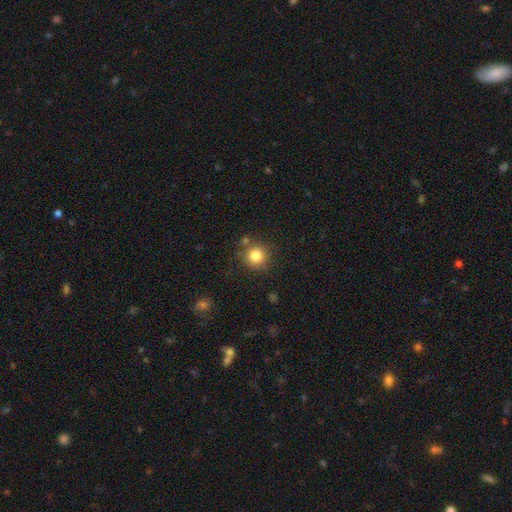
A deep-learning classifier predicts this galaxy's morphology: Smooth or featured? Predicted: smooth (p=0.83). How rounded? Predicted: round (p=0.94). Merging? Predicted: none (p=0.81).